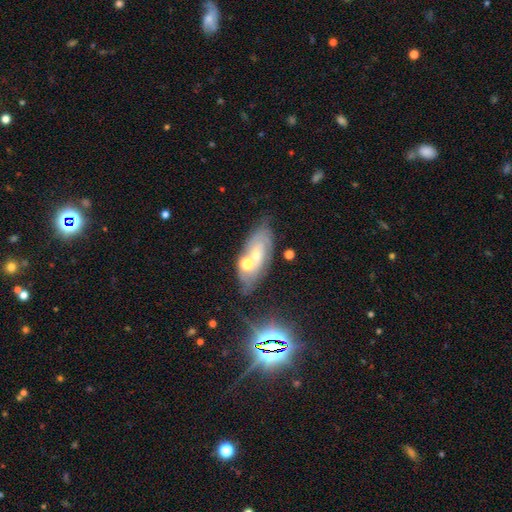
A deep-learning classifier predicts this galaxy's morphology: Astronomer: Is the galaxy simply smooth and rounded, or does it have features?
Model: featured or disk — 57%.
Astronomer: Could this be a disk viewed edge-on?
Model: no — 86%.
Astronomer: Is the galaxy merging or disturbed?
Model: none — 60%.